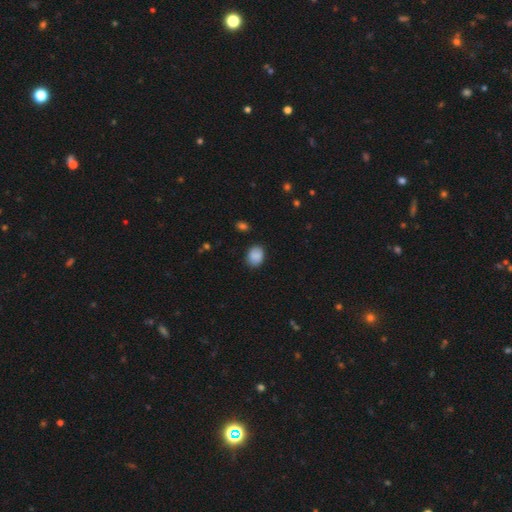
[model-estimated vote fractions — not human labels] This is clearly a smooth galaxy (86%). How rounded: possibly in between (59%). Merging: likely none (80%).